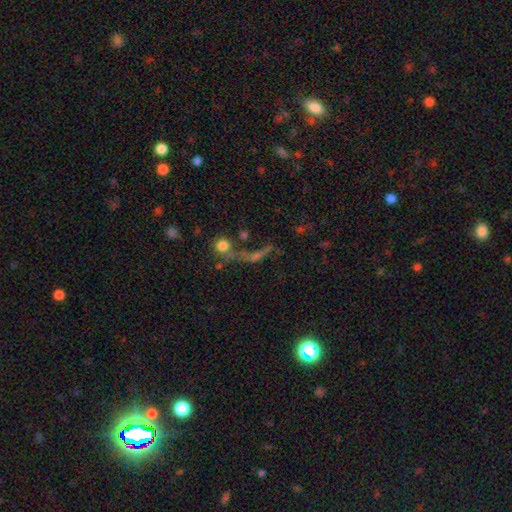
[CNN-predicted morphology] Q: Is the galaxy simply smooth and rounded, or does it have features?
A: star or artifact — 38%.